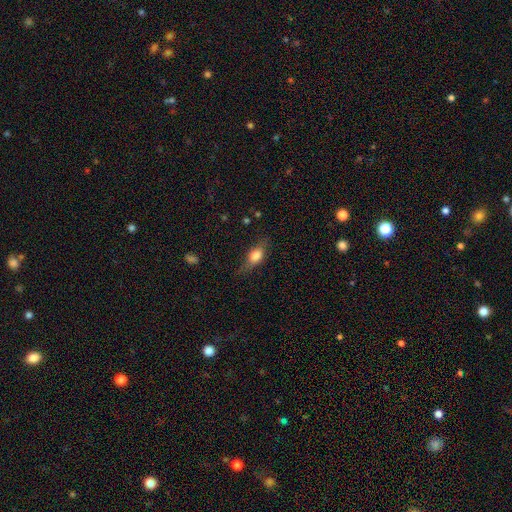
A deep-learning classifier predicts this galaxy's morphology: Smooth or featured: smooth — 68% (featured or disk — 23%)
How rounded: in between — 72% (cigar-shaped — 15%)
Merging: none — 64% (minor disturbance — 25%)